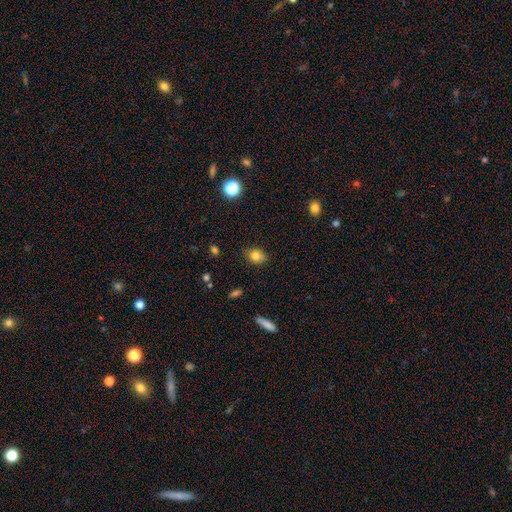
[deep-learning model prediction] smooth-or-featured: smooth: 79% | star or artifact: 11% | featured or disk: 10%
  how-rounded: in between: 51% | round: 47% | cigar-shaped: 1%
  merging: none: 80% | minor disturbance: 16% | major disturbance: 3% | merger: 2%